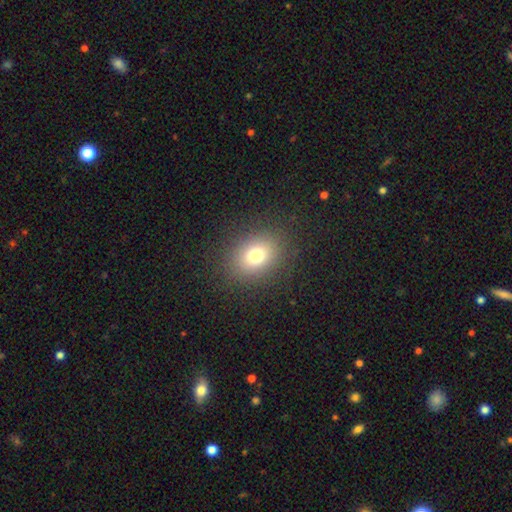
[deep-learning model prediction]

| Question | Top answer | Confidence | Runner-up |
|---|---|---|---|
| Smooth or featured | smooth | 75% | star or artifact (14%) |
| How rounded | in between | 52% | round (47%) |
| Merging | none | 85% | minor disturbance (9%) |